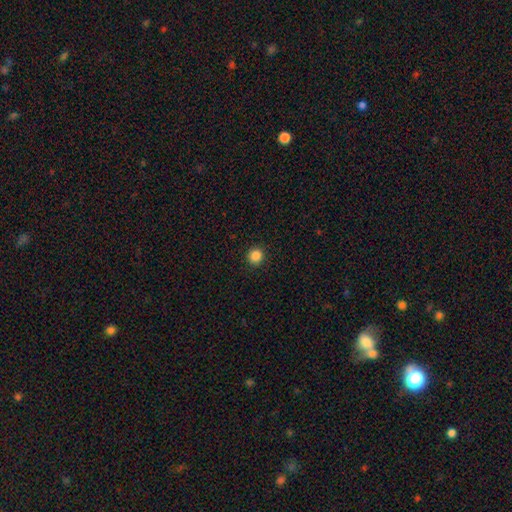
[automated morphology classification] This is clearly a smooth galaxy (86%). How rounded: clearly round (91%). Merging: clearly none (92%).